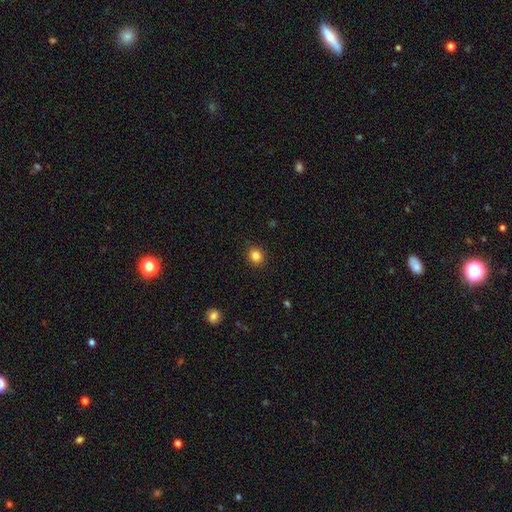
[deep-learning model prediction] Morphology: type=smooth (84%); roundness=round (84%); merging=none (90%).